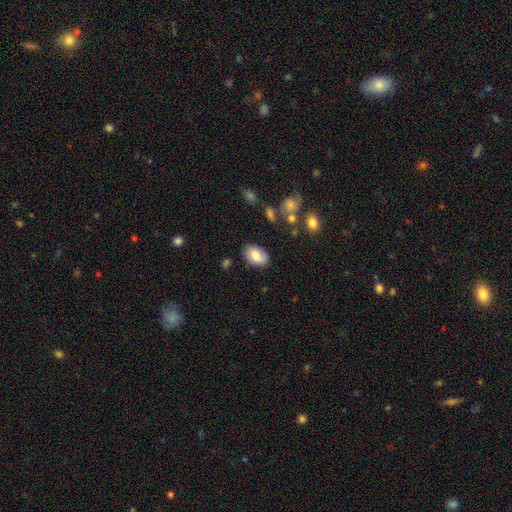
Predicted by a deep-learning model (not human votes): The model was most divided on "smooth or featured": smooth: 78%, featured or disk: 15%, star or artifact: 7%. More confident: how rounded — in between (89%); merging — none (82%).